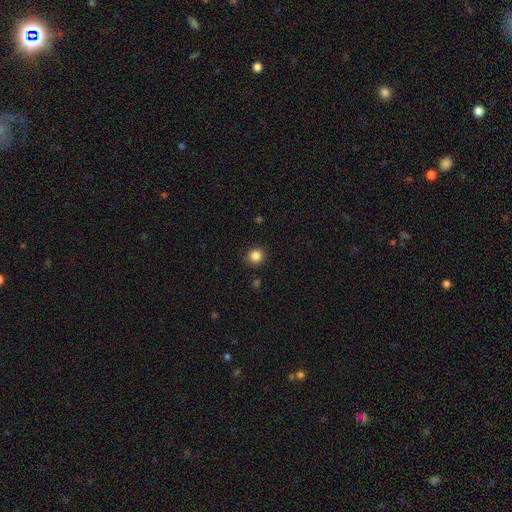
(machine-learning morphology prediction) A smooth galaxy with no disk features (85%) that is round (91%). Merging: none (89%).